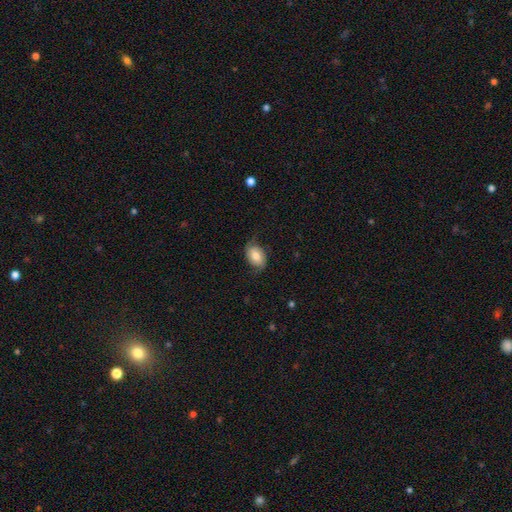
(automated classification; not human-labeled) A smooth galaxy with no disk features (63%) that is in between round and cigar-shaped (81%).

Vote fractions:
- Smooth or featured? smooth: 63% / featured or disk: 29% / star or artifact: 8%
- How rounded? in between: 81% / round: 17% / cigar-shaped: 1%
- Merging? none: 66% / minor disturbance: 24% / major disturbance: 9% / merger: 1%